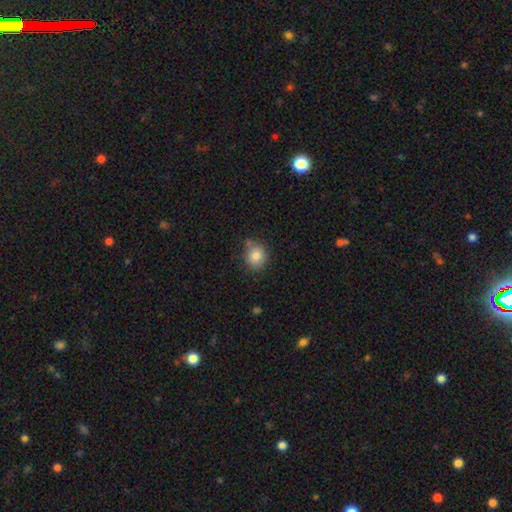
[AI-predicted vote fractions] smooth_or_featured: smooth (p=0.83) [alt: star or artifact p=0.10]
how_rounded: round (p=0.73) [alt: in between p=0.26]
merging: none (p=0.74) [alt: minor disturbance p=0.17]